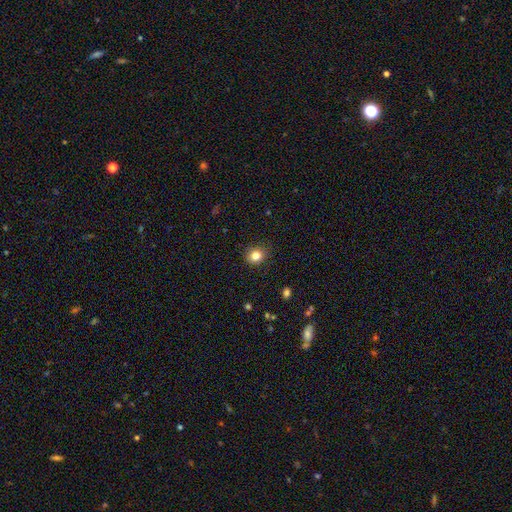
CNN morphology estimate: smooth_or_featured: smooth (p=0.83) [alt: star or artifact p=0.11]
how_rounded: round (p=0.65) [alt: in between p=0.34]
merging: none (p=0.86) [alt: minor disturbance p=0.11]